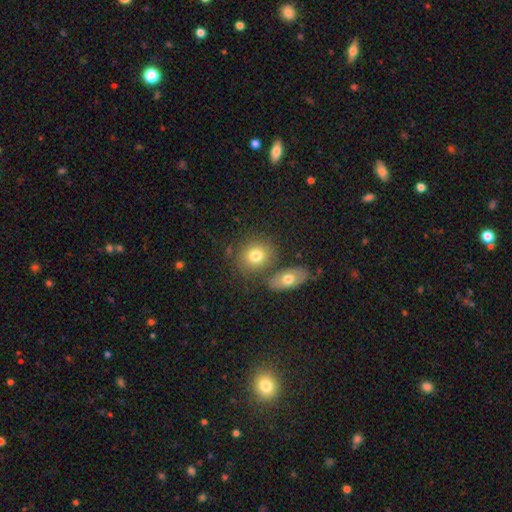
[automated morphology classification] A smooth galaxy with no disk features (75%) that is round (63%). Merging: none (65%).